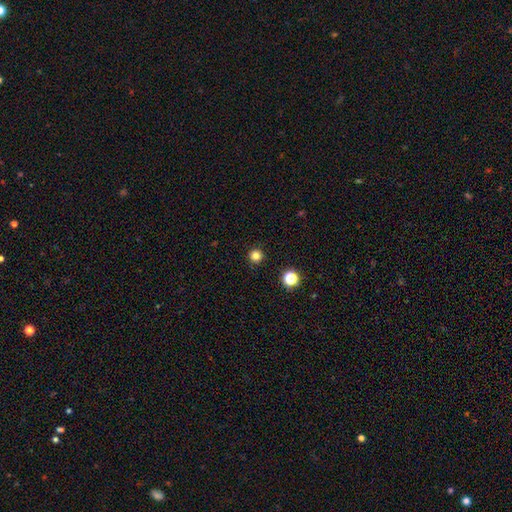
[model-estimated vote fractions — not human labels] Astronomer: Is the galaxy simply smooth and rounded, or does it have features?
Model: smooth — 80%.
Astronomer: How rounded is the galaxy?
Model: round — 96%.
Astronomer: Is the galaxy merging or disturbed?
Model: none — 92%.